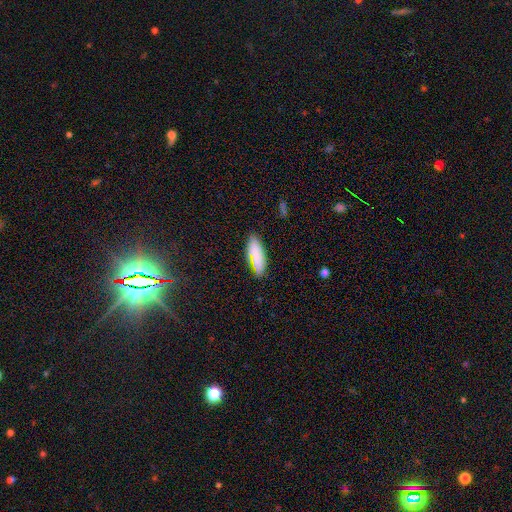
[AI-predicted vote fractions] smooth-or-featured: smooth: 83% | star or artifact: 9% | featured or disk: 8%
  how-rounded: in between: 71% | cigar-shaped: 27% | round: 2%
  merging: none: 83% | minor disturbance: 12% | major disturbance: 3% | merger: 2%